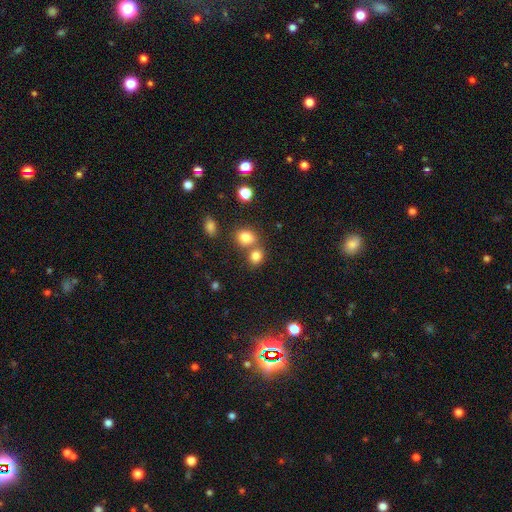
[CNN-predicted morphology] smooth-or-featured: smooth: 80% | star or artifact: 13% | featured or disk: 7%
  how-rounded: round: 63% | in between: 36% | cigar-shaped: 1%
  merging: none: 51% | merger: 37% | minor disturbance: 8% | major disturbance: 3%